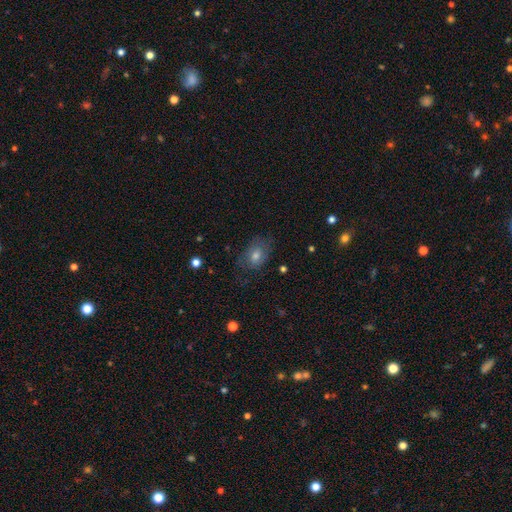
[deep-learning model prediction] This is possibly a smooth galaxy (55%). How rounded: likely in between (68%). Merging: likely none (68%).